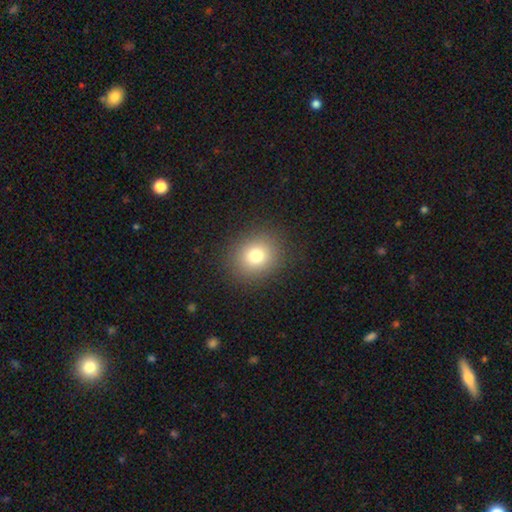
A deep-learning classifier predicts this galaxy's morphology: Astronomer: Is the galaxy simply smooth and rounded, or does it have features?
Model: smooth — 78%.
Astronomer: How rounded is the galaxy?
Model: round — 75%.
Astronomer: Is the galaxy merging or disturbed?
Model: none — 88%.